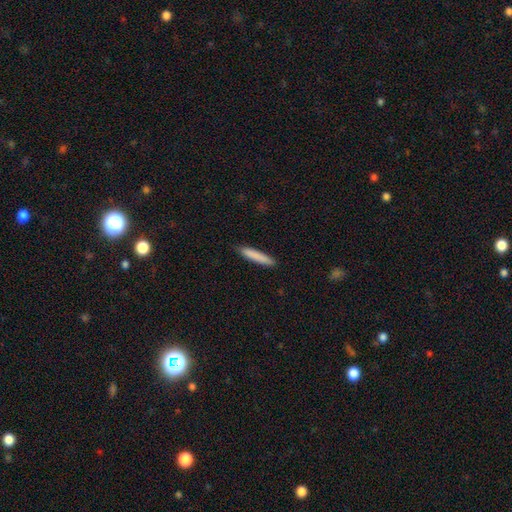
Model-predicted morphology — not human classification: type=smooth (84%); roundness=cigar-shaped (91%); merging=none (88%).